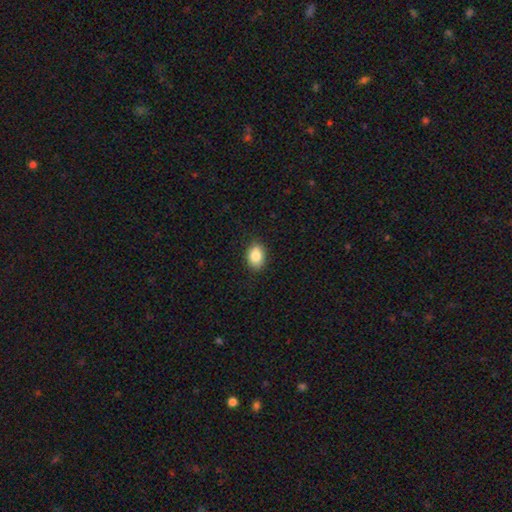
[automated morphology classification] smooth 86%, star or artifact 8%, featured or disk 6%. Down the decision tree: how rounded — in between (78%); merging — none (86%).